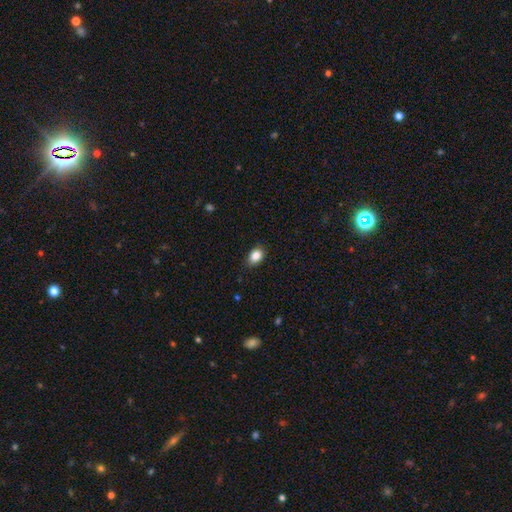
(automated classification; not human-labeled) A smooth galaxy with no disk features (87%) that is in between round and cigar-shaped (74%). Merging: none (83%).